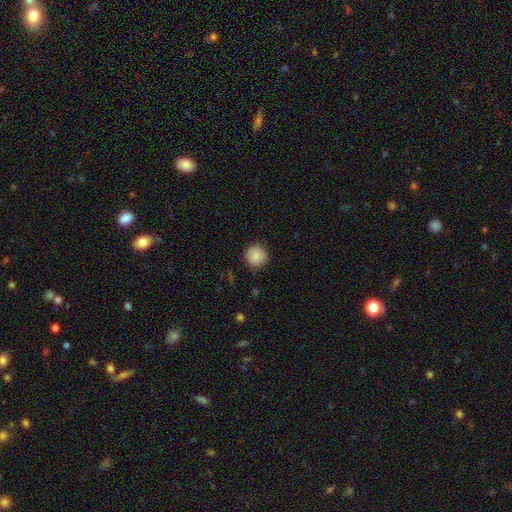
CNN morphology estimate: A smooth galaxy with no disk features (87%) that is round (93%). Merging: none (88%).